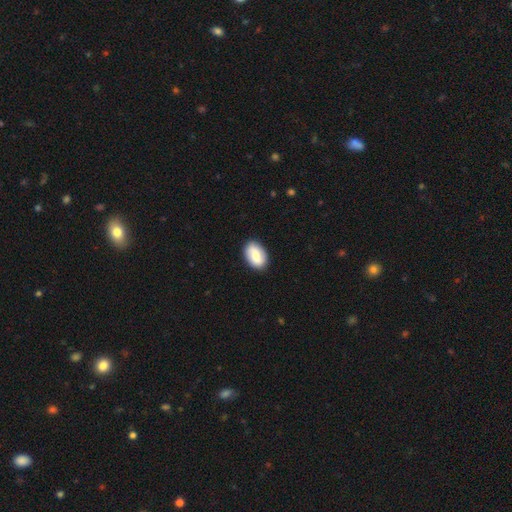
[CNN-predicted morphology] smooth_or_featured: smooth (p=0.68) [alt: featured or disk p=0.25]
how_rounded: in between (p=0.87) [alt: round p=0.11]
merging: none (p=0.87) [alt: minor disturbance p=0.10]